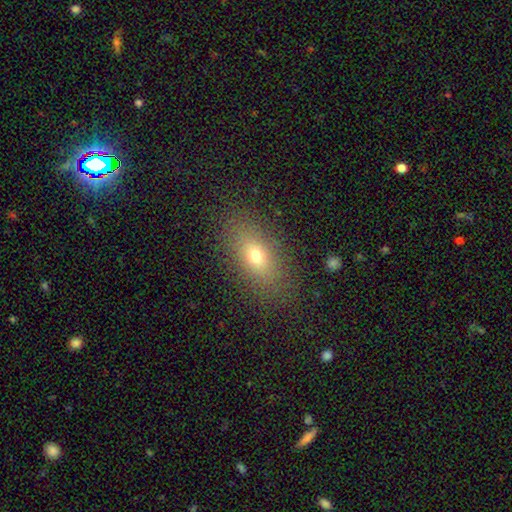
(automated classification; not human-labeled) smooth-or-featured: smooth: 64% | featured or disk: 20% | star or artifact: 16%
  how-rounded: in between: 76% | cigar-shaped: 15% | round: 10%
  merging: none: 87% | minor disturbance: 9% | major disturbance: 3% | merger: 1%